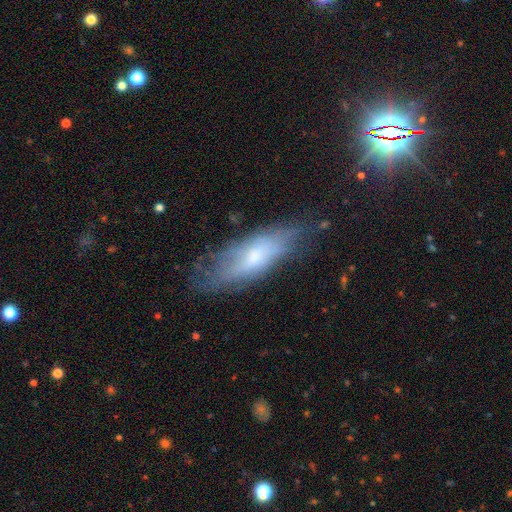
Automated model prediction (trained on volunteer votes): This appears to be a smooth galaxy with no disk features (48%). Merging: none (60%).